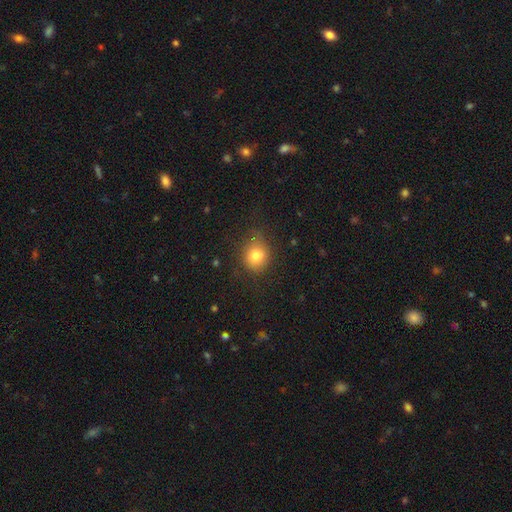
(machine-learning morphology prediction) Overall: smooth (80%). How rounded: round (76%). Merging: none (72%).